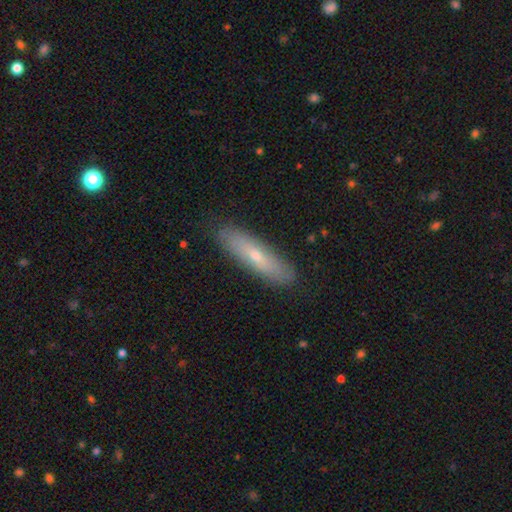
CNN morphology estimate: This is possibly a smooth galaxy (55%). How rounded: likely cigar-shaped (72%). Merging: clearly none (87%).